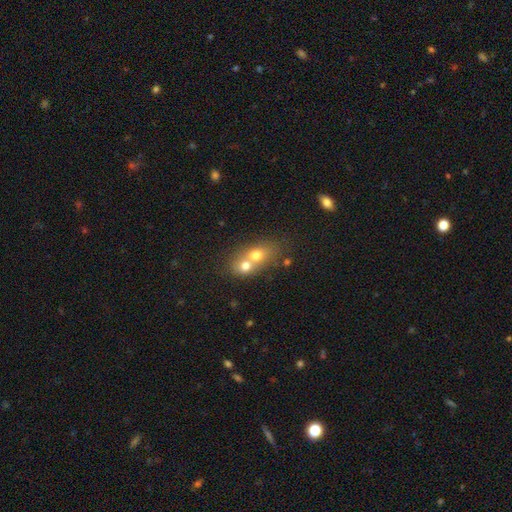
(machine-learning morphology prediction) smooth 65%, featured or disk 24%, star or artifact 11%. Down the decision tree: how rounded — in between (52%); merging — merger (71%).